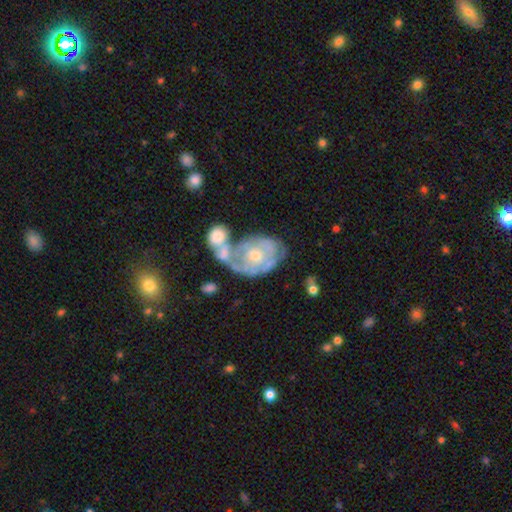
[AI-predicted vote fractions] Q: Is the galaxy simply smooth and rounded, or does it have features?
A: featured or disk — 74%.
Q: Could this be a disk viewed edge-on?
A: no — 97%.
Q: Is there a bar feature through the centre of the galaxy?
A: no — 83%.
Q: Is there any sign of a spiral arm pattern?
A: yes — 62%.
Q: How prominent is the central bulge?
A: moderate — 48%.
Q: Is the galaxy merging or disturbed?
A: merger — 41%.